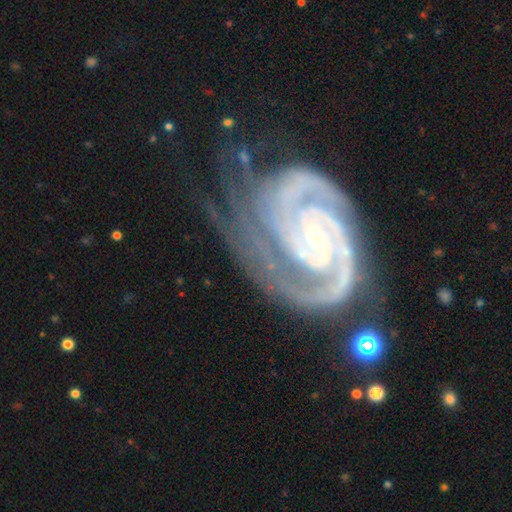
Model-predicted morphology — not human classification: Overall: featured or disk (93%). Edge-on disk: no (98%). Bar: no (56%; weak 27%). Spiral arms: yes (99%). Spiral arm count: 2 (54%; 3 22%). Spiral winding: tight (75%). Bulge size: small (80%). Merging: none (50%; minor disturbance 26%).